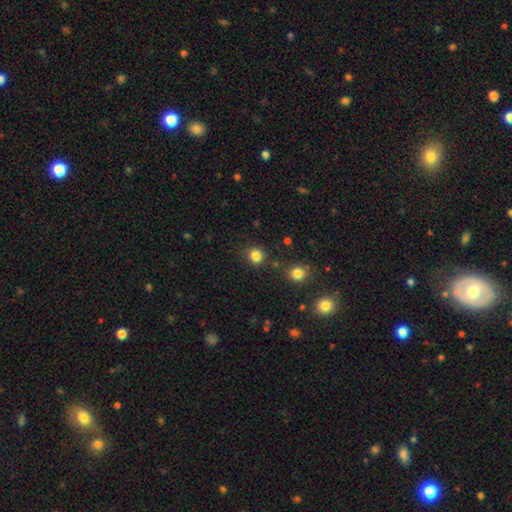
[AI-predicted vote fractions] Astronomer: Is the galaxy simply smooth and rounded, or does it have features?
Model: smooth — 83%.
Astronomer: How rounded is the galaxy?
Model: round — 87%.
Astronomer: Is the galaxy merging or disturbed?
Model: none — 84%.